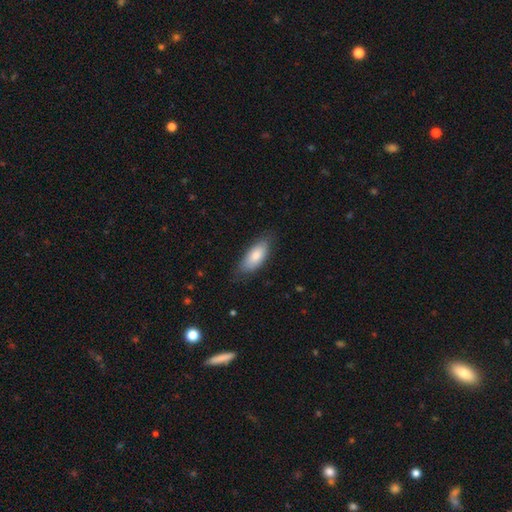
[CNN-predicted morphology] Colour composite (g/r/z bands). It shows a smooth galaxy with no disk features (81%) that is in between round and cigar-shaped (85%). Merging: none (74%).